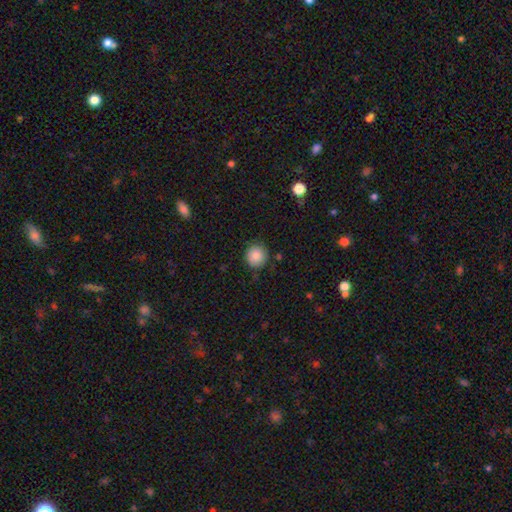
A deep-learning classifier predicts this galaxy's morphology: Smooth or featured: smooth — 85% (star or artifact — 9%)
How rounded: round — 91% (in between — 8%)
Merging: none — 84% (minor disturbance — 12%)